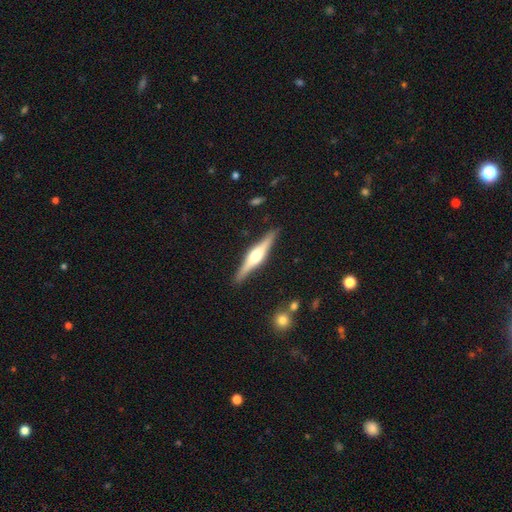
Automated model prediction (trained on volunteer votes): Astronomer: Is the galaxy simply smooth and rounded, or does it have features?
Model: featured or disk — 76%.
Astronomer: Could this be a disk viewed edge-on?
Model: yes — 98%.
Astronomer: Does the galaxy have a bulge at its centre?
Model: rounded — 90%.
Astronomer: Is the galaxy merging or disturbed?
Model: none — 89%.